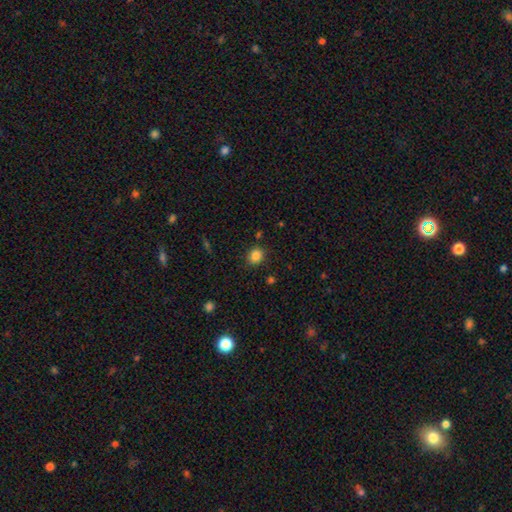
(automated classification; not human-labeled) Smooth or featured? Predicted: smooth (p=0.85). How rounded? Predicted: round (p=0.73). Merging? Predicted: none (p=0.85).